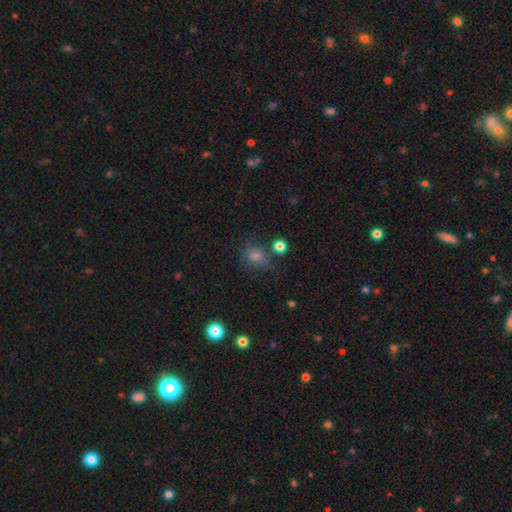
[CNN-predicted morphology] A smooth galaxy with no disk features (67%) that is round (70%).

Vote fractions:
- Smooth or featured? smooth: 67% / star or artifact: 23% / featured or disk: 10%
- How rounded? round: 70% / in between: 29% / cigar-shaped: 1%
- Merging? none: 71% / minor disturbance: 16% / major disturbance: 7% / merger: 6%